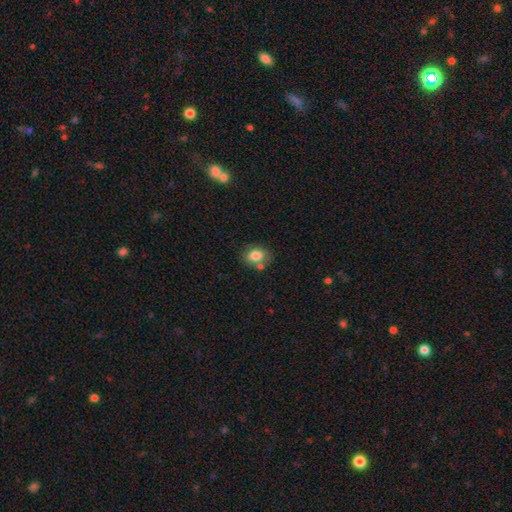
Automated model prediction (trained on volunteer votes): Smooth or featured: smooth — 80% (featured or disk — 11%)
How rounded: in between — 58% (round — 41%)
Merging: none — 64% (merger — 16%)